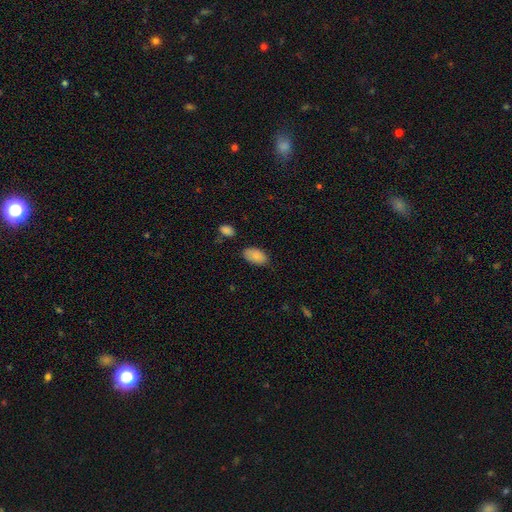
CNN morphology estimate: type=smooth (87%); roundness=in between (94%); merging=none (73%).